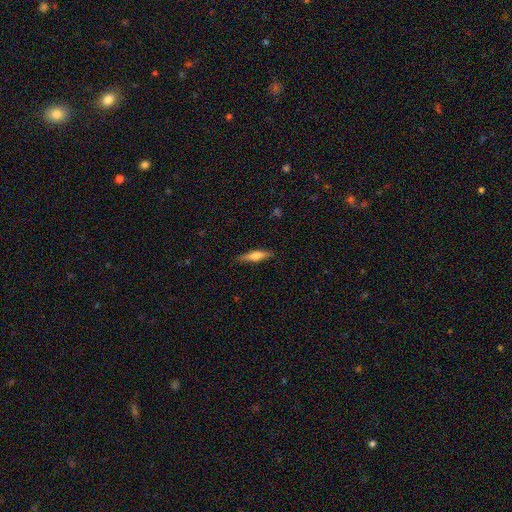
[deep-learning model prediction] Overall: smooth (50%; featured or disk 44%). Merging: none (87%).